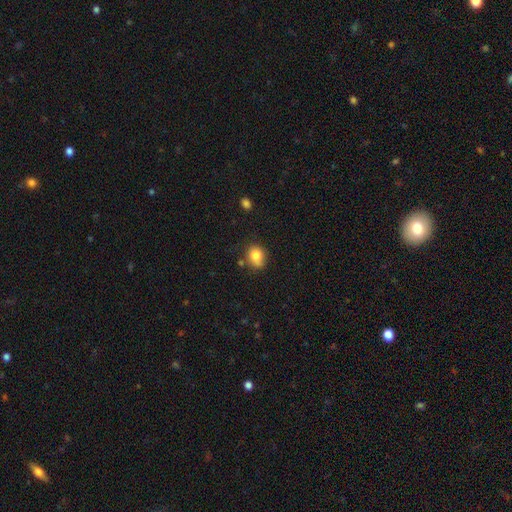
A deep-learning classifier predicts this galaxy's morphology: This is clearly a smooth galaxy (81%). How rounded: likely round (61%). Merging: likely none (62%).